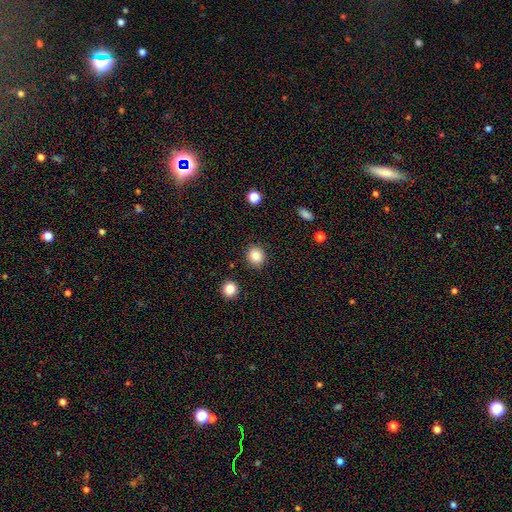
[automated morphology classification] Smooth or featured: smooth — 86% (star or artifact — 10%)
How rounded: round — 80% (in between — 19%)
Merging: none — 88% (minor disturbance — 8%)